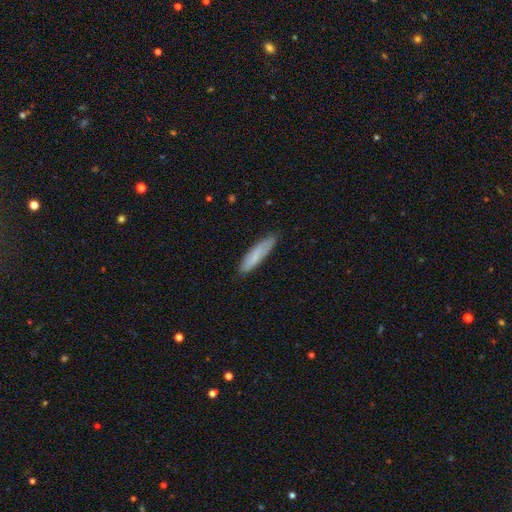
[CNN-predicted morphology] smooth-or-featured: smooth: 74% | featured or disk: 20% | star or artifact: 6%
  how-rounded: cigar-shaped: 78% | in between: 21% | round: 1%
  merging: none: 82% | minor disturbance: 15% | major disturbance: 2% | merger: 1%